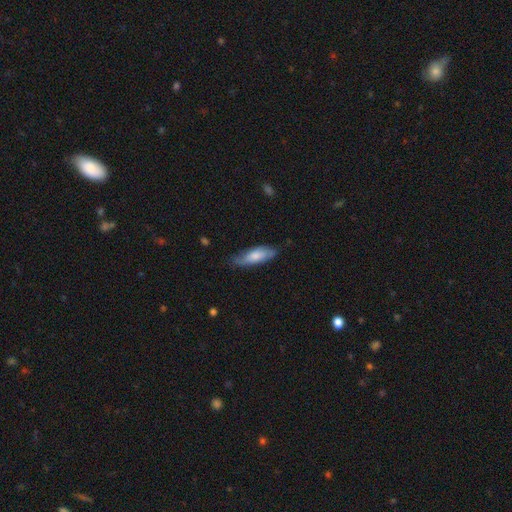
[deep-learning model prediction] This appears to be a smooth galaxy with no disk features (69%) that is in between round and cigar-shaped (53%). Merging: none (66%).